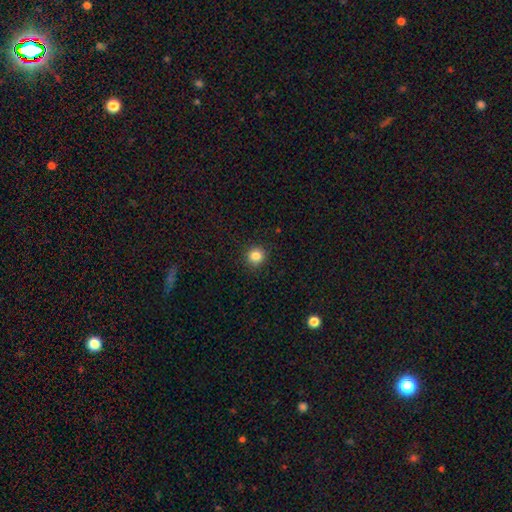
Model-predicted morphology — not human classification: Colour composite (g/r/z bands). It shows a smooth galaxy with no disk features (85%) that is round (91%). Merging: none (91%).